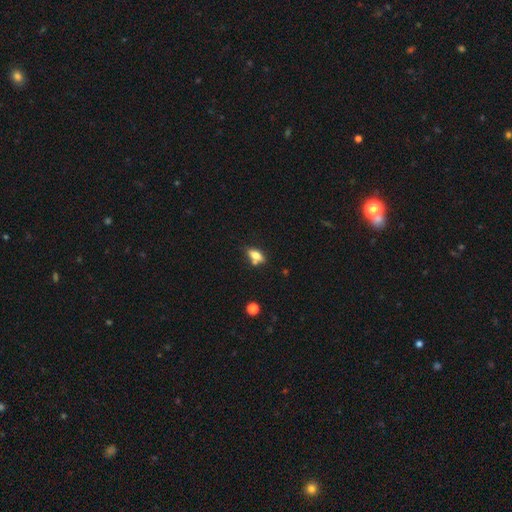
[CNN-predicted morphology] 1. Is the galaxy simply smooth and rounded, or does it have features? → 70% smooth, 21% featured or disk, 9% star or artifact.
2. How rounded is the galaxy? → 79% in between, 15% cigar-shaped, 6% round.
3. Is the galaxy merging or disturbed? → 59% none, 20% merger, 16% minor disturbance, 5% major disturbance.